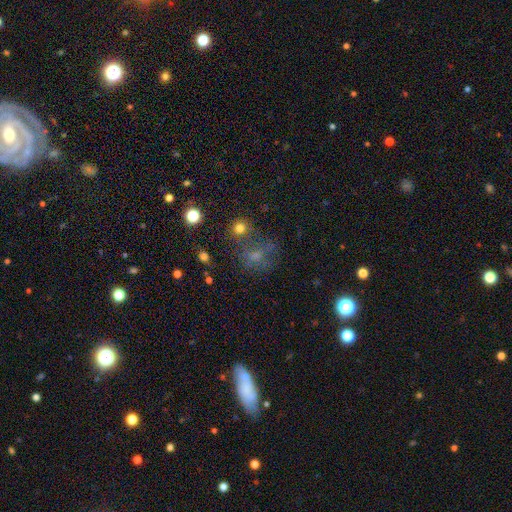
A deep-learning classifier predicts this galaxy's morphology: Q: Smooth or featured?
A: smooth (54%); runner-up: star or artifact (26%)
Q: How rounded?
A: round (67%); runner-up: in between (32%)
Q: Merging?
A: none (51%); runner-up: major disturbance (18%)